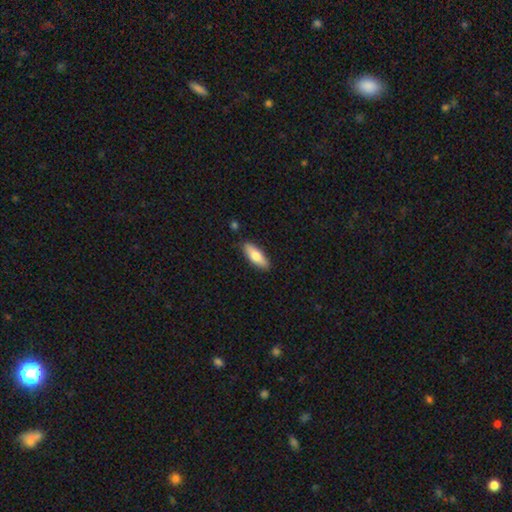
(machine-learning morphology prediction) This is likely a smooth galaxy (73%). How rounded: likely in between (63%). Merging: clearly none (87%).